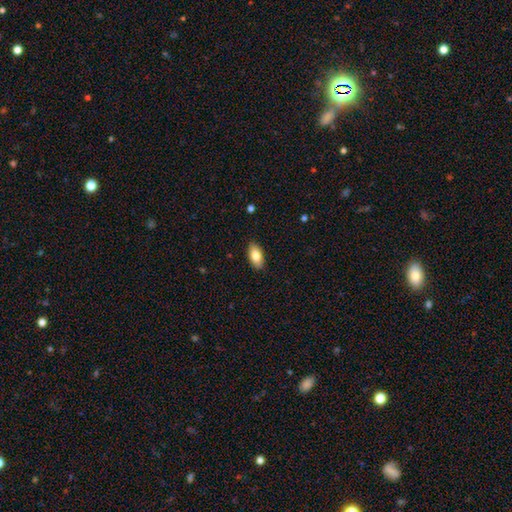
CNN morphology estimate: Smooth or featured? Predicted: smooth (p=0.81). How rounded? Predicted: in between (p=0.91). Merging? Predicted: none (p=0.89).